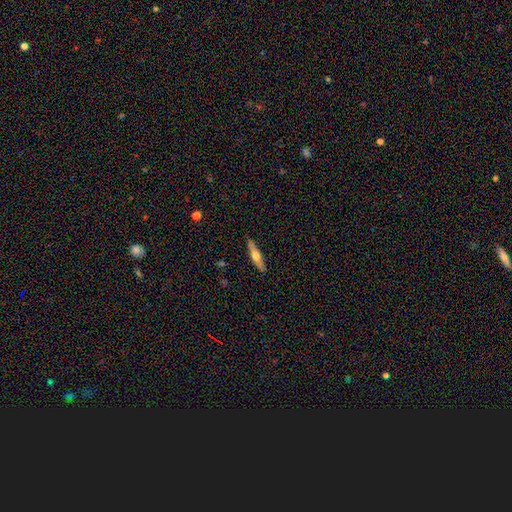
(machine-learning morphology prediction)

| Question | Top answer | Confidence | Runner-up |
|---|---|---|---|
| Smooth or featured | featured or disk | 51% | smooth (44%) |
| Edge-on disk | yes | 93% | no (7%) |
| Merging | none | 90% | minor disturbance (8%) |